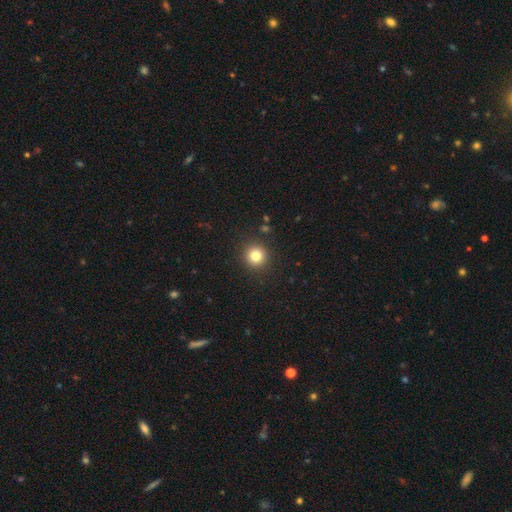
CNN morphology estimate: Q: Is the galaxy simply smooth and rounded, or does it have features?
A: smooth — 81%.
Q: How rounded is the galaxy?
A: round — 93%.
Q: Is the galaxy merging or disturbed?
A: none — 91%.